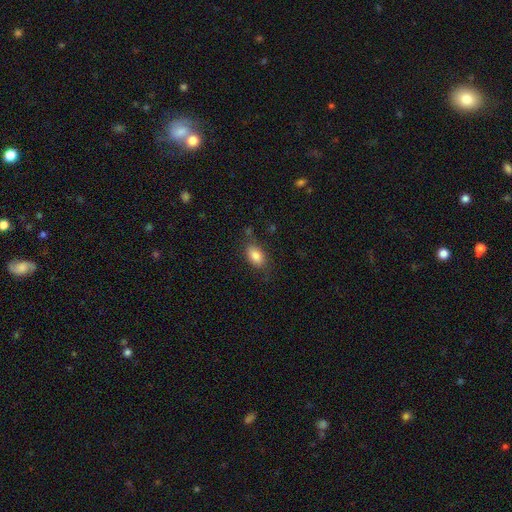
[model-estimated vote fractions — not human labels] smooth 84%, featured or disk 8%, star or artifact 8%. Down the decision tree: how rounded — in between (89%); merging — none (75%).